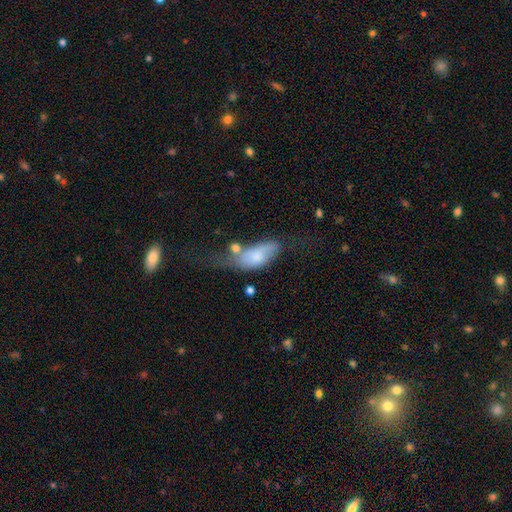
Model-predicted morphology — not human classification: Smooth or featured? smooth (64%)
How rounded? in between (86%)
Merging? major disturbance (33%)